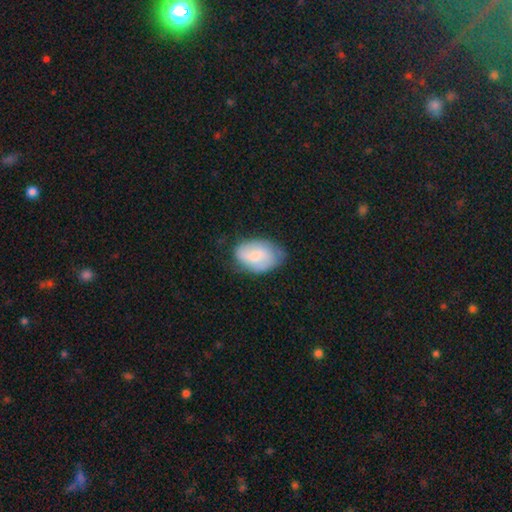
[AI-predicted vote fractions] Morphology: type=smooth (60%); roundness=in between (88%); merging=none (63%).